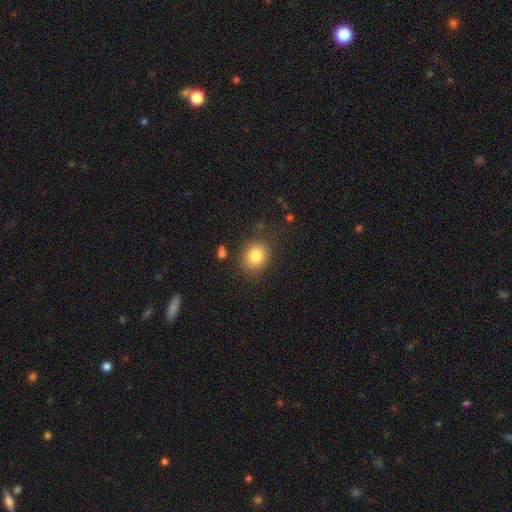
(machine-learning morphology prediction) smooth 84%, star or artifact 9%, featured or disk 7%. Down the decision tree: how rounded — round (59%); merging — none (80%).